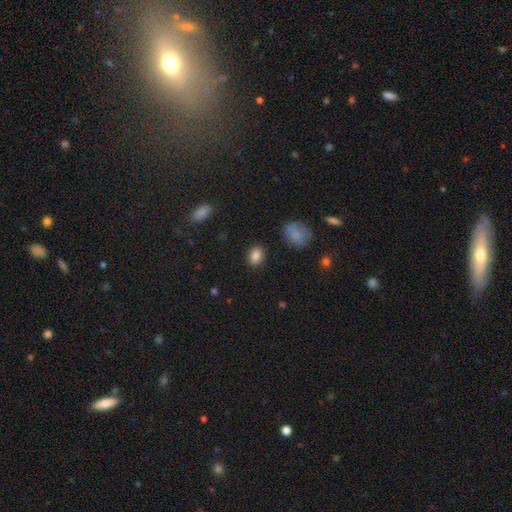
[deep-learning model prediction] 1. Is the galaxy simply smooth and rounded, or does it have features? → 86% smooth, 9% star or artifact, 5% featured or disk.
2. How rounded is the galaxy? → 62% in between, 37% round, 1% cigar-shaped.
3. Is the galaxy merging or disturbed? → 88% none, 8% minor disturbance, 2% major disturbance, 2% merger.